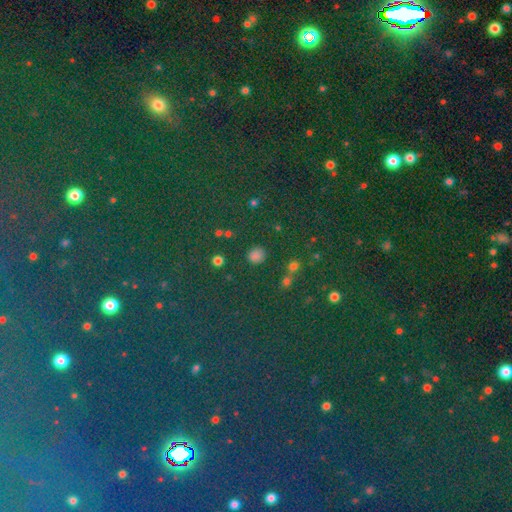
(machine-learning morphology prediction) A star or artifact, not a galaxy (62%).

Vote fractions:
- Smooth or featured? star or artifact: 62% / smooth: 30% / featured or disk: 9%